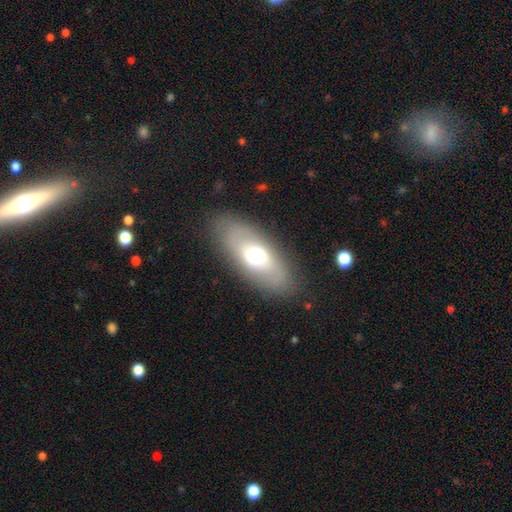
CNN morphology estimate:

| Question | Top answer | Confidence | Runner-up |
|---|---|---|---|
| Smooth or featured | smooth | 53% | featured or disk (40%) |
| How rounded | in between | 85% | cigar-shaped (10%) |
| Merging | none | 84% | minor disturbance (10%) |